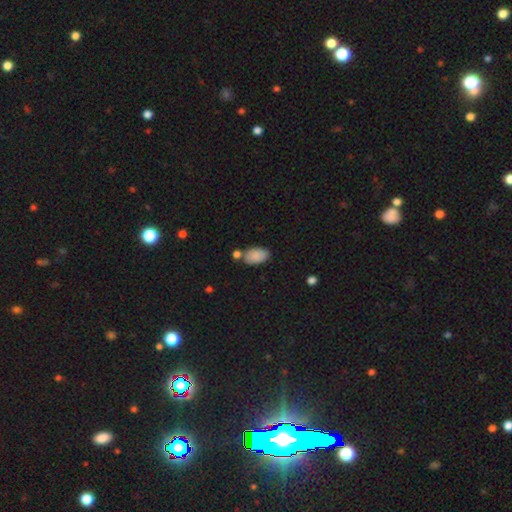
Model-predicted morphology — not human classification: A smooth galaxy with no disk features (87%) that is in between round and cigar-shaped (94%). Merging: none (66%).